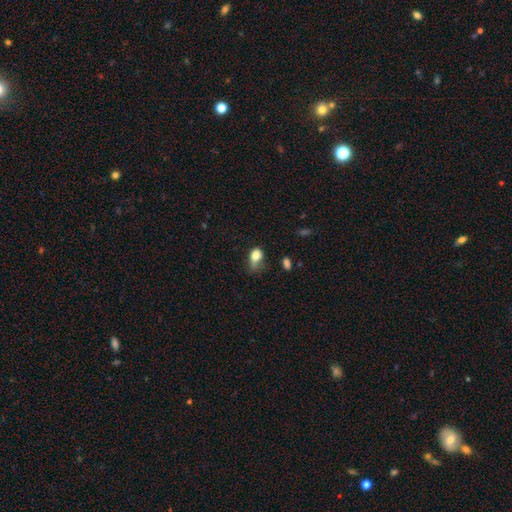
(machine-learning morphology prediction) Smooth or featured?
  - smooth: 79% *
  - featured or disk: 11%
  - star or artifact: 10%
How rounded?
  - in between: 75% *
  - round: 22%
  - cigar-shaped: 3%
Merging?
  - minor disturbance: 39% *
  - major disturbance: 30%
  - none: 26%
  - merger: 5%